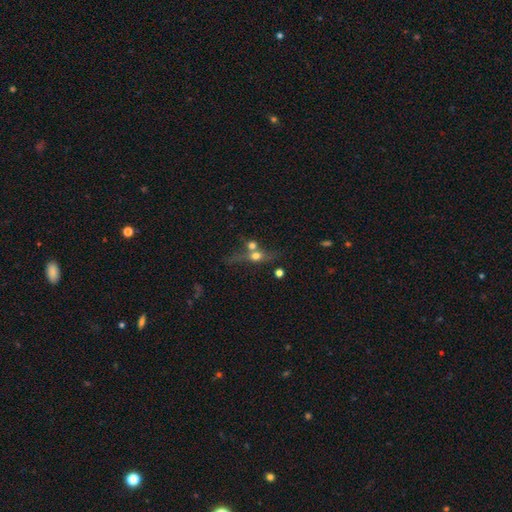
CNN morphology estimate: This is marginally a smooth galaxy (45%). Merging: marginally merger (43%).